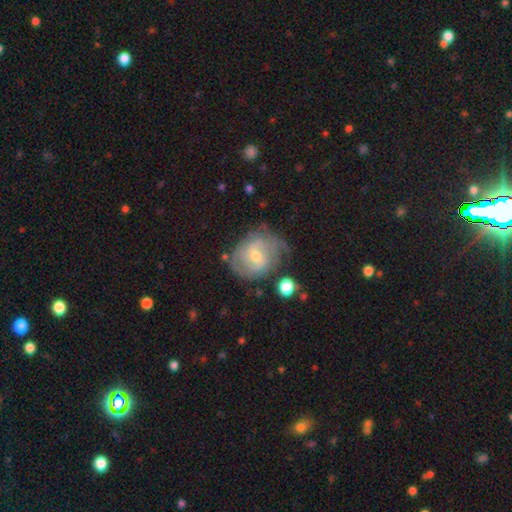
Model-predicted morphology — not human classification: A featured or disk galaxy (76%) with a weak bar (55%), 2 (52%) tight (48%) spiral arms (89%) and a moderate central bulge (51%). Merging: none (59%).